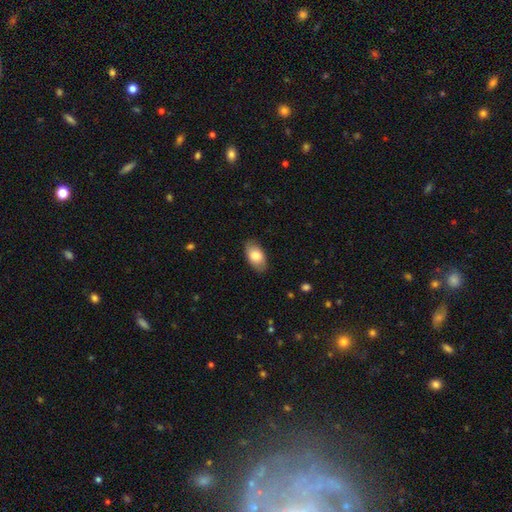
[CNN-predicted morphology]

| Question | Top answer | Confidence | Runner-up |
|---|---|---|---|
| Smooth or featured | smooth | 80% | featured or disk (14%) |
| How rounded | in between | 93% | round (4%) |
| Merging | none | 86% | minor disturbance (11%) |